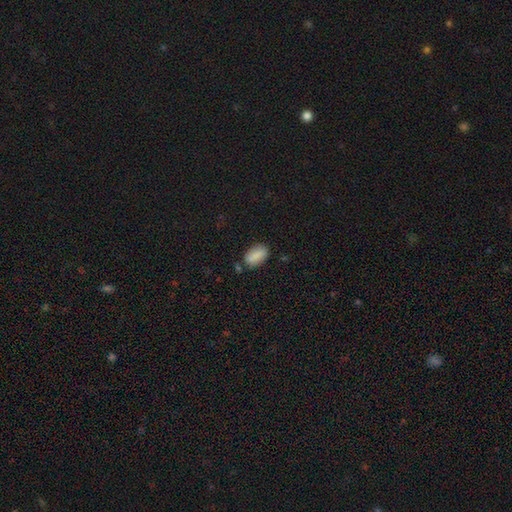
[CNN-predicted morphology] type=smooth (86%); roundness=in between (92%); merging=none (79%).